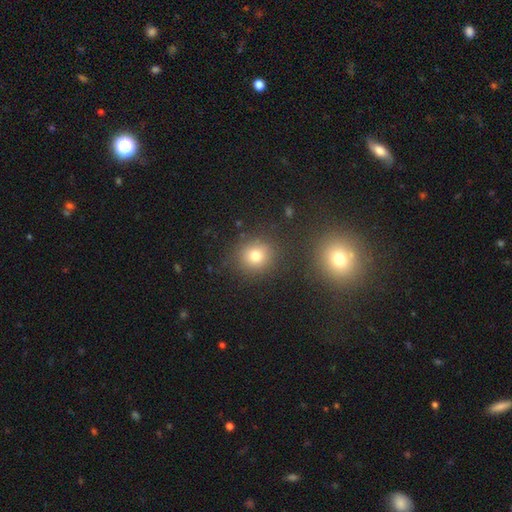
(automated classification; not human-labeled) smooth_or_featured: smooth (p=0.76) [alt: star or artifact p=0.15]
how_rounded: round (p=0.85) [alt: in between p=0.14]
merging: none (p=0.83) [alt: minor disturbance p=0.09]